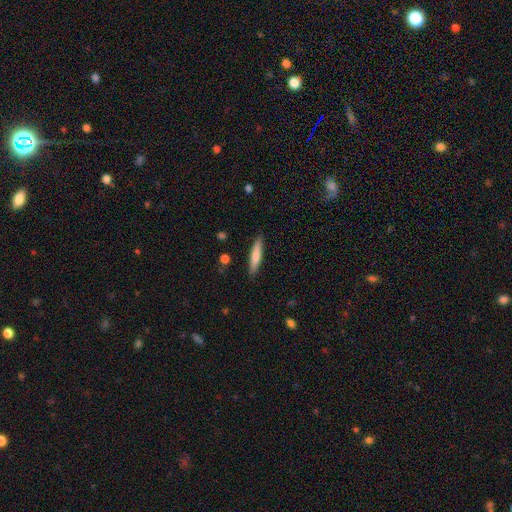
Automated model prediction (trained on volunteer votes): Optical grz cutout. It shows a smooth galaxy with no disk features (73%) that is cigar-shaped (90%). Merging: none (89%).